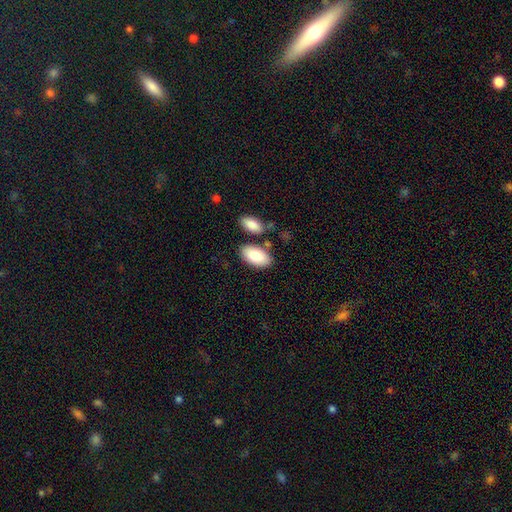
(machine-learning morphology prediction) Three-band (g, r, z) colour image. It shows a smooth galaxy with no disk features (86%) that is in between round and cigar-shaped (95%). Merging: none (74%).